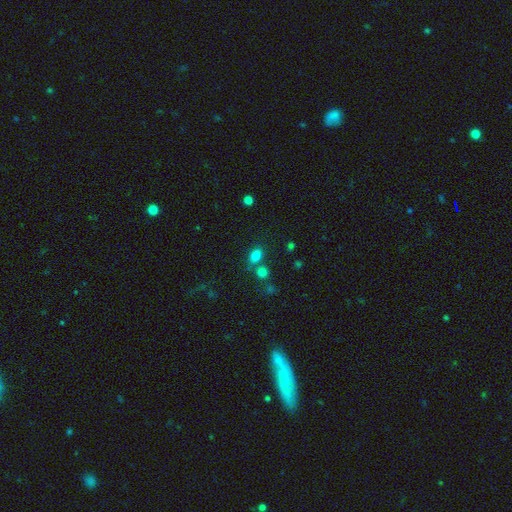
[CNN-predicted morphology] smooth 80%, star or artifact 13%, featured or disk 7%. Down the decision tree: how rounded — in between (74%); merging — none (65%).